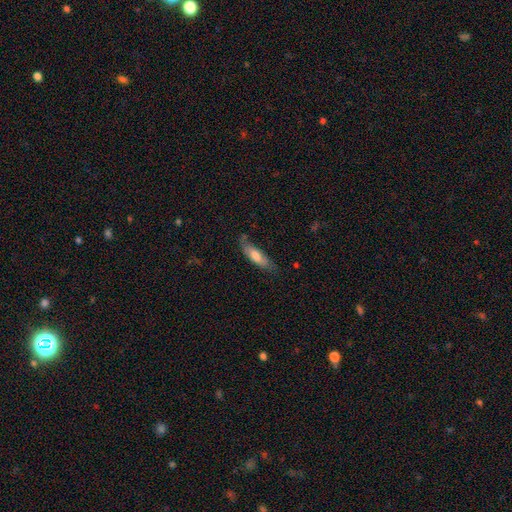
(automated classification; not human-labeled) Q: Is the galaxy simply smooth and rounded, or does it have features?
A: smooth — 66%.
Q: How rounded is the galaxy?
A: in between — 52%.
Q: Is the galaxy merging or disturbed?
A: none — 65%.